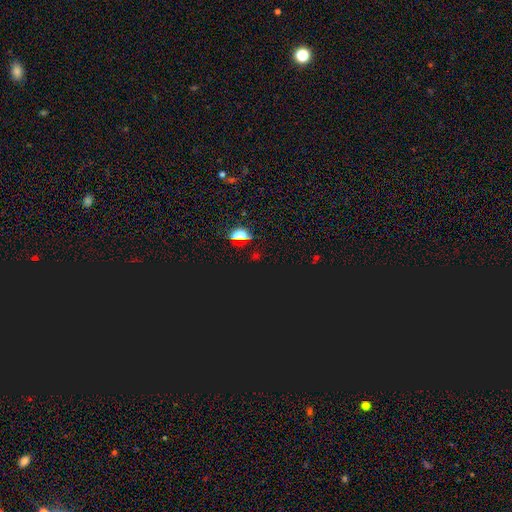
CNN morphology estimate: This appears to be a star or artifact, not a galaxy (79%).